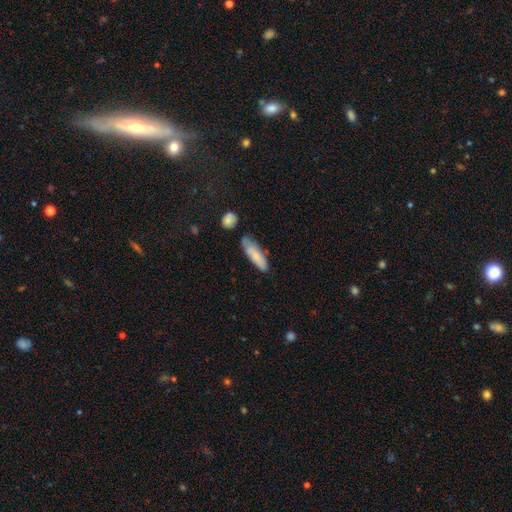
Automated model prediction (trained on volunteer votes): The model was most divided on "how rounded": cigar-shaped: 53%, in between: 45%, round: 2%. More confident: smooth or featured — smooth (75%); merging — none (63%).